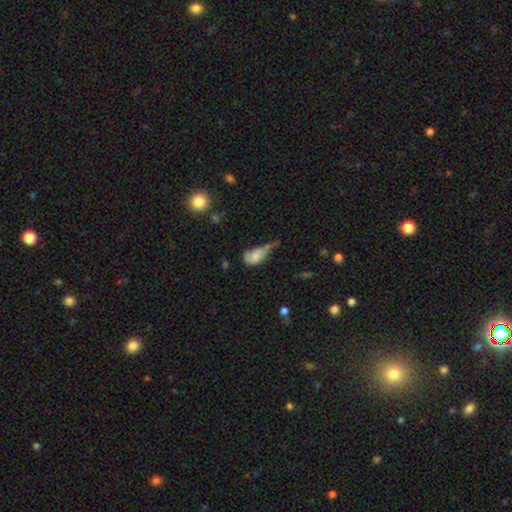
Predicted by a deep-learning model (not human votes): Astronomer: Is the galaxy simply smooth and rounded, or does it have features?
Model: smooth — 63%.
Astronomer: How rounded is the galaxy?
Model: in between — 84%.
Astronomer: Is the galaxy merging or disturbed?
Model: major disturbance — 38% (runner-up: minor disturbance, 30%).